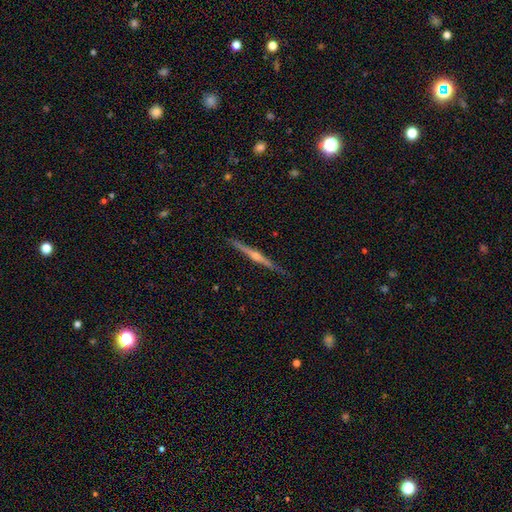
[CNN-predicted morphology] Smooth or featured? featured or disk (81%)
Edge-on disk? yes (98%)
Edge-on bulge? rounded (84%)
Merging? none (89%)